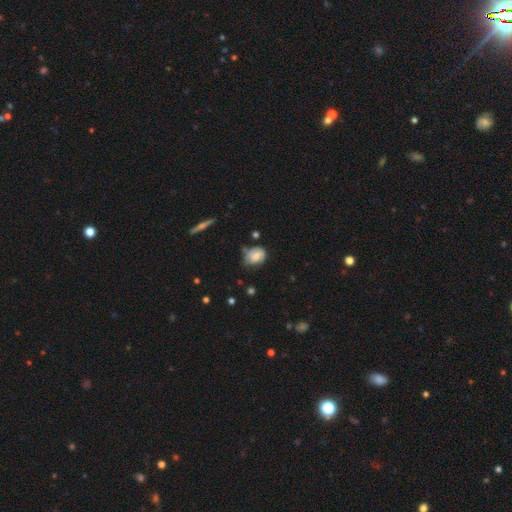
smooth_or_featured: smooth (p=0.59) [alt: featured or disk p=0.35]
how_rounded: in between (p=0.73) [alt: round p=0.27]
merging: minor disturbance (p=0.46) [alt: none p=0.31]